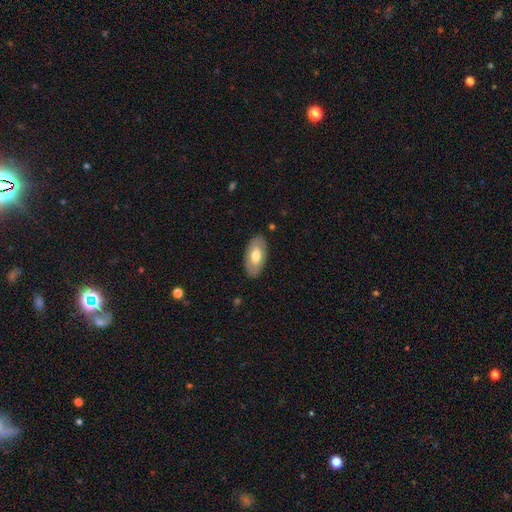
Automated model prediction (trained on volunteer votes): Morphology: type=smooth (58%); roundness=in between (94%); merging=none (85%).